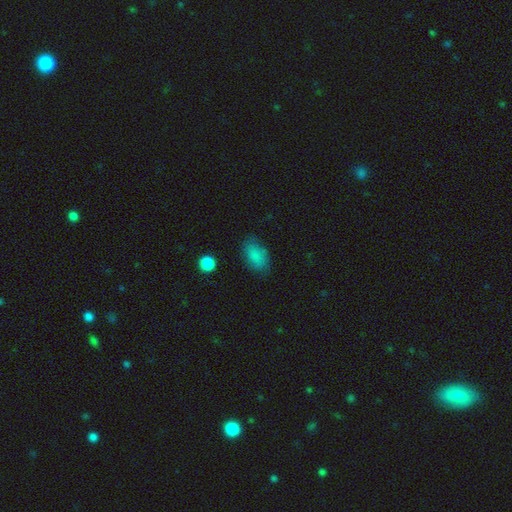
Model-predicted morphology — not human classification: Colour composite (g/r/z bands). It shows a smooth galaxy with no disk features (84%) that is in between round and cigar-shaped (91%). Merging: none (75%).